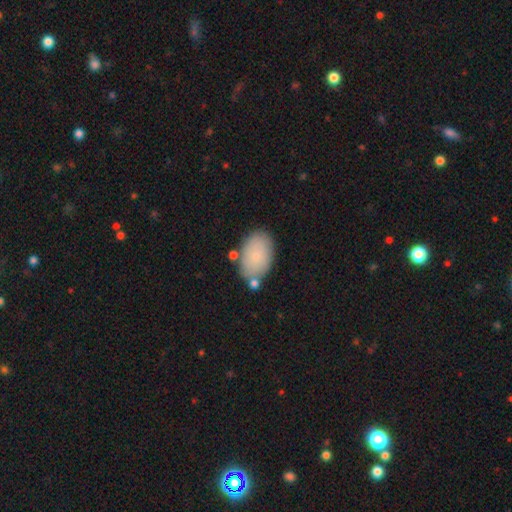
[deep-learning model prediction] This is likely a smooth galaxy (77%). How rounded: clearly in between (91%). Merging: likely none (75%).